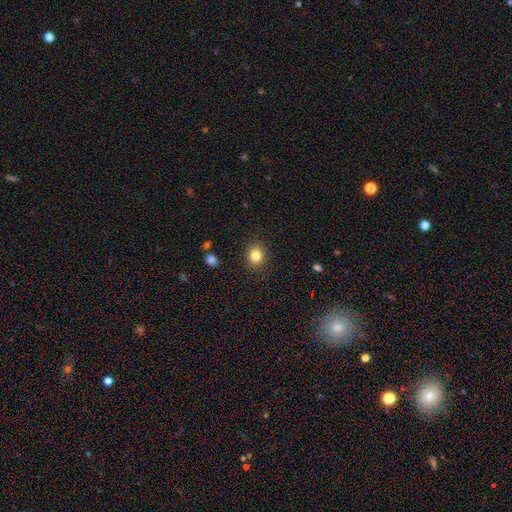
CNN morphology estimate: Smooth or featured? smooth (83%)
How rounded? round (67%)
Merging? none (88%)